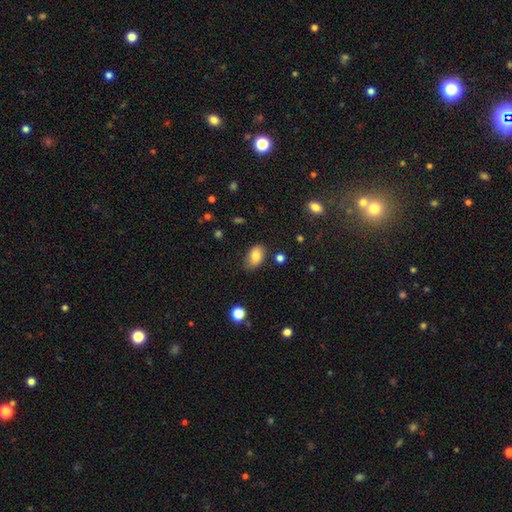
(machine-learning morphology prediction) smooth-or-featured: smooth: 80% | featured or disk: 11% | star or artifact: 9%
  how-rounded: in between: 87% | round: 12% | cigar-shaped: 1%
  merging: none: 72% | minor disturbance: 22% | major disturbance: 4% | merger: 2%